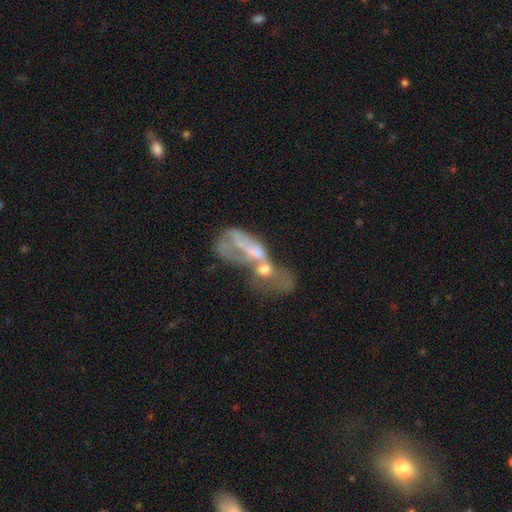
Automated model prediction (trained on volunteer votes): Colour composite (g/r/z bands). It shows a featured or disk galaxy (58%) with no bar (72%), no spiral arms (66%) and a small central bulge (36%). Merging: merger (60%).